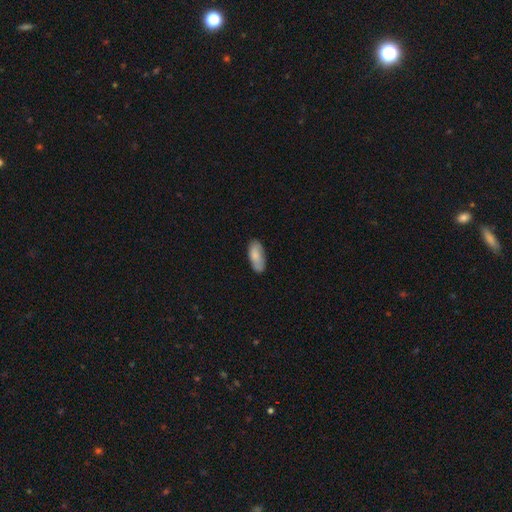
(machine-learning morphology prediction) A smooth galaxy with no disk features (81%) that is in between round and cigar-shaped (87%).

Vote fractions:
- Smooth or featured? smooth: 81% / featured or disk: 13% / star or artifact: 6%
- How rounded? in between: 87% / cigar-shaped: 12% / round: 2%
- Merging? none: 78% / minor disturbance: 18% / major disturbance: 3% / merger: 1%